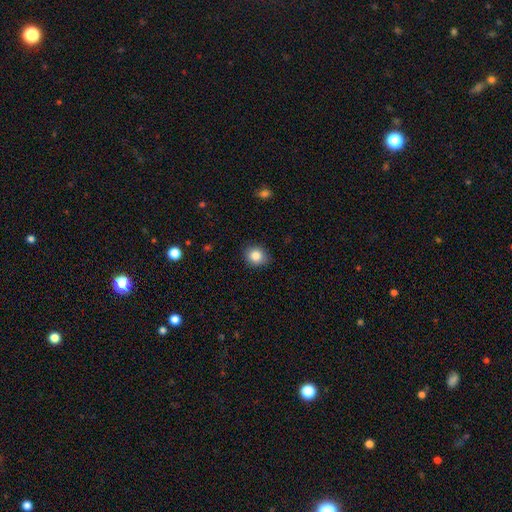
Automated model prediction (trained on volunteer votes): Overall: smooth (85%). How rounded: round (76%). Merging: none (86%).